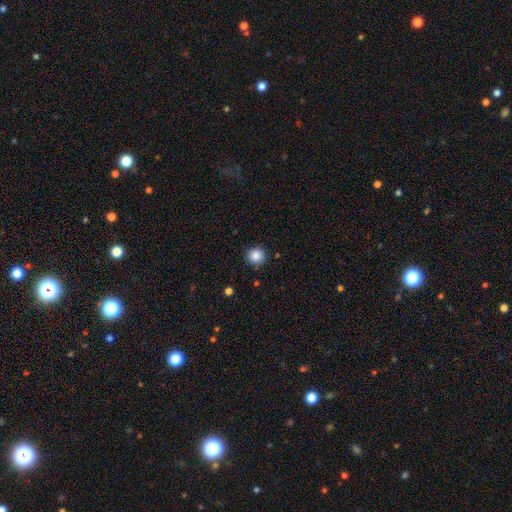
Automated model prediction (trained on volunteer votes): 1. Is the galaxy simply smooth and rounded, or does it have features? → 87% smooth, 10% star or artifact, 4% featured or disk.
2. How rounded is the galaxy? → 93% round, 6% in between, 1% cigar-shaped.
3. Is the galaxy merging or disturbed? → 89% none, 7% minor disturbance, 2% major disturbance, 1% merger.